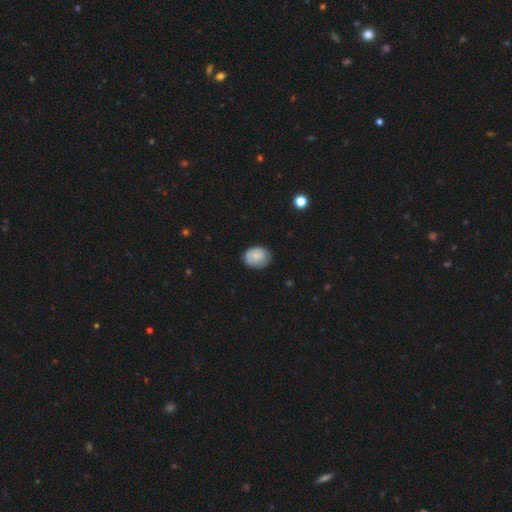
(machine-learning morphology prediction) This is likely a smooth galaxy (78%). How rounded: possibly round (52%). Merging: likely none (71%).